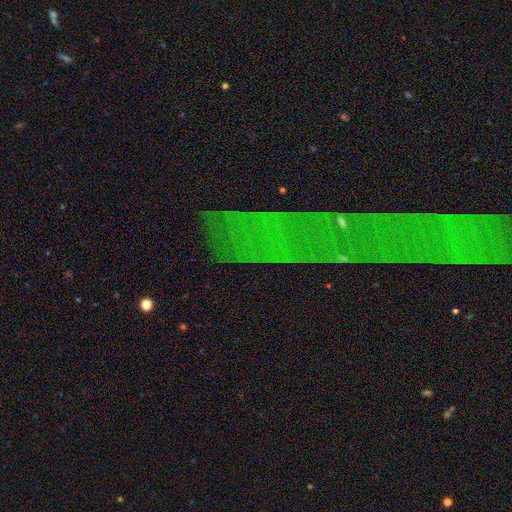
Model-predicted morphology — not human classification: Smooth or featured?
  - star or artifact: 70% *
  - featured or disk: 17%
  - smooth: 14%